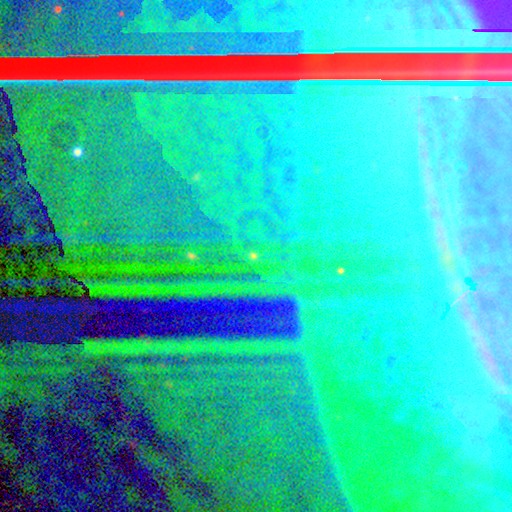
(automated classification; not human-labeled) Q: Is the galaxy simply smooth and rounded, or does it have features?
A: star or artifact — 86%.